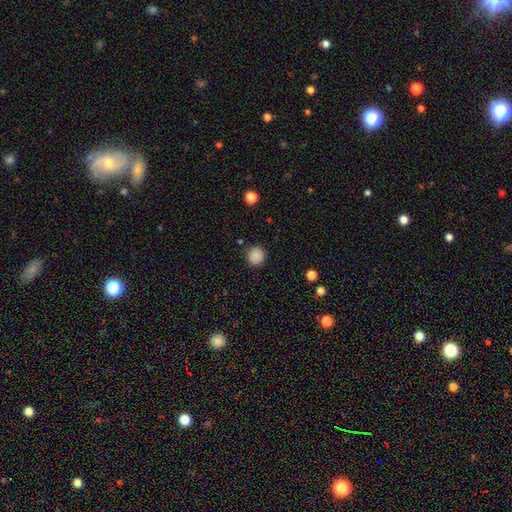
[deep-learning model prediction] smooth 87%, star or artifact 10%, featured or disk 3%. Down the decision tree: how rounded — round (94%); merging — none (89%).